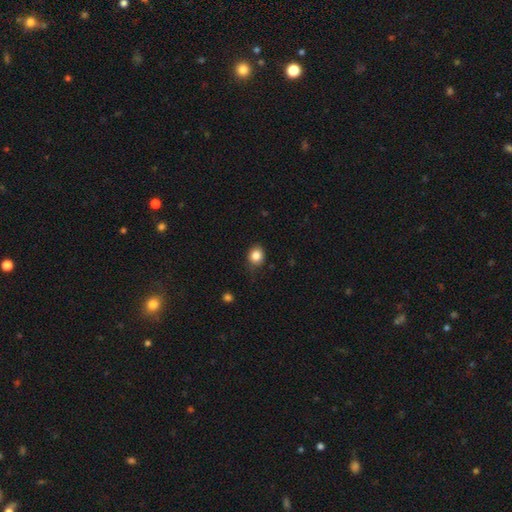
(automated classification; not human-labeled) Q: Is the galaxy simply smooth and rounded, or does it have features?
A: smooth — 84%.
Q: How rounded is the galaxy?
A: round — 71%.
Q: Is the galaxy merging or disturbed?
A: none — 78%.